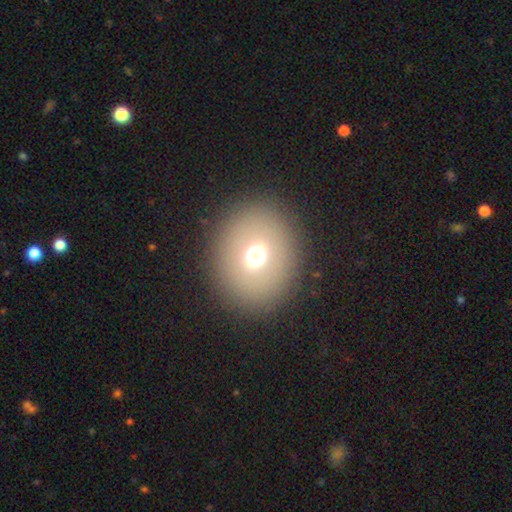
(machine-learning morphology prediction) Smooth or featured?
  - smooth: 65% *
  - featured or disk: 21%
  - star or artifact: 15%
How rounded?
  - round: 67% *
  - in between: 32%
  - cigar-shaped: 1%
Merging?
  - none: 88% *
  - minor disturbance: 7%
  - major disturbance: 4%
  - merger: 1%